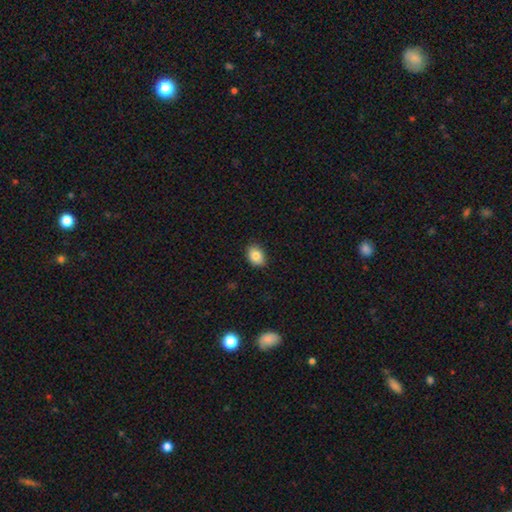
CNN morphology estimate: Overall: smooth (84%). How rounded: in between (72%). Merging: none (85%).